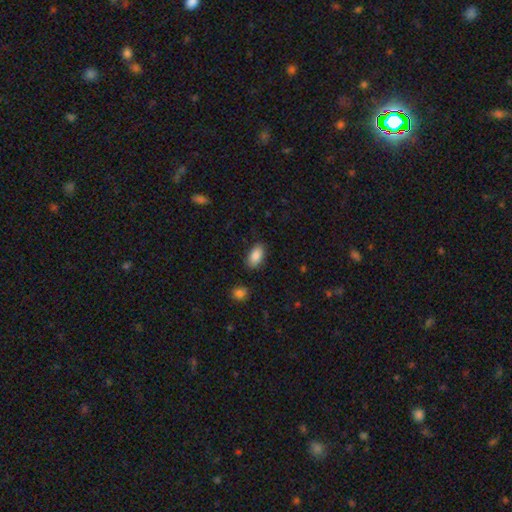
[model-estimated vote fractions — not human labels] smooth-or-featured: smooth: 88% | star or artifact: 7% | featured or disk: 5%
  how-rounded: in between: 93% | round: 4% | cigar-shaped: 3%
  merging: none: 85% | minor disturbance: 11% | major disturbance: 3% | merger: 2%